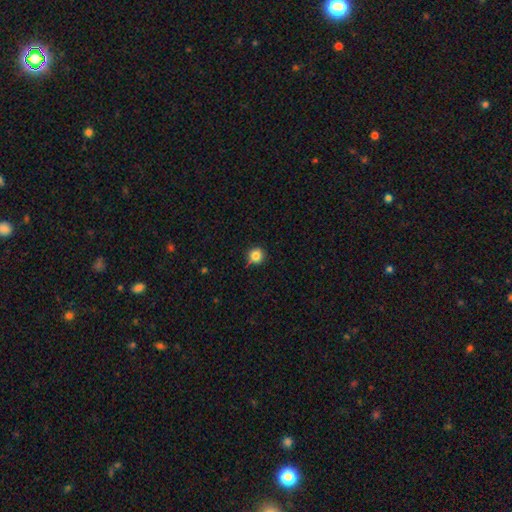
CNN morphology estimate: Smooth or featured?
  - smooth: 84% *
  - star or artifact: 11%
  - featured or disk: 5%
How rounded?
  - round: 93% *
  - in between: 6%
  - cigar-shaped: 1%
Merging?
  - none: 82% *
  - minor disturbance: 13%
  - merger: 3%
  - major disturbance: 2%